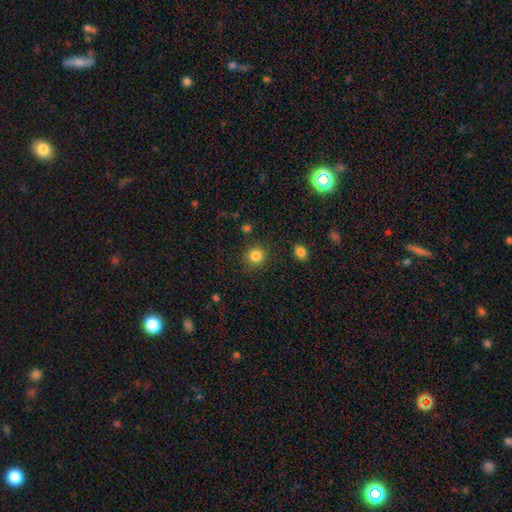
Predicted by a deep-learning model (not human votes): smooth 84%, star or artifact 11%, featured or disk 5%. Down the decision tree: how rounded — round (91%); merging — none (89%).